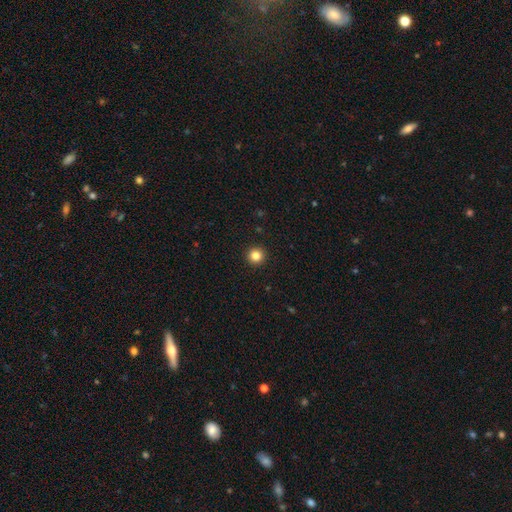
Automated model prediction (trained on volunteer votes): A smooth galaxy with no disk features (83%) that is round (96%).

Vote fractions:
- Smooth or featured? smooth: 83% / star or artifact: 12% / featured or disk: 4%
- How rounded? round: 96% / in between: 3% / cigar-shaped: 1%
- Merging? none: 94% / minor disturbance: 4% / major disturbance: 1% / merger: 1%